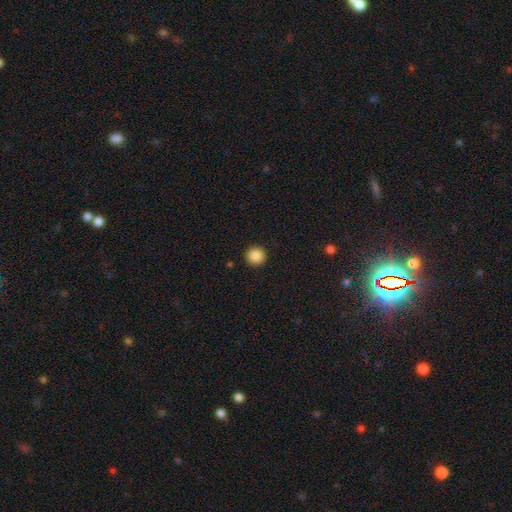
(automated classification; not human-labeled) The model was most divided on "smooth or featured": smooth: 88%, star or artifact: 9%, featured or disk: 3%. More confident: how rounded — round (96%); merging — none (93%).